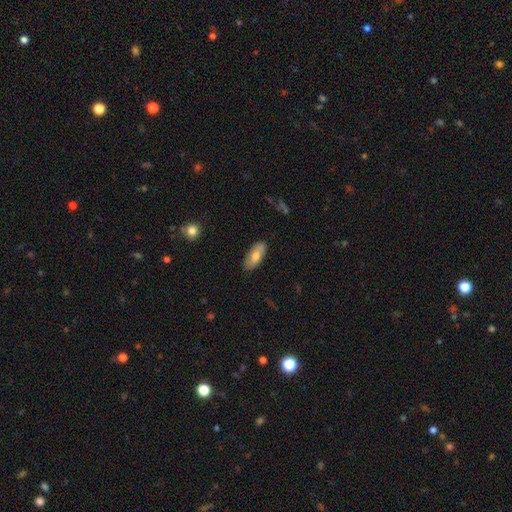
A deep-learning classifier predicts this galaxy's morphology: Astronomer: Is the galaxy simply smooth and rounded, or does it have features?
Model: smooth — 69%.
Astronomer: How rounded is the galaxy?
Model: in between — 86%.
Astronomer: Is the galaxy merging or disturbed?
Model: none — 86%.